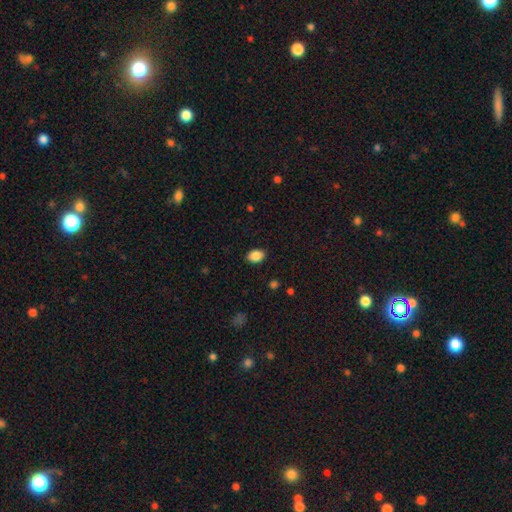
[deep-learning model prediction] A smooth galaxy with no disk features (88%) that is in between round and cigar-shaped (79%).

Vote fractions:
- Smooth or featured? smooth: 88% / star or artifact: 8% / featured or disk: 4%
- How rounded? in between: 79% / round: 20% / cigar-shaped: 1%
- Merging? none: 87% / minor disturbance: 10% / major disturbance: 2% / merger: 1%